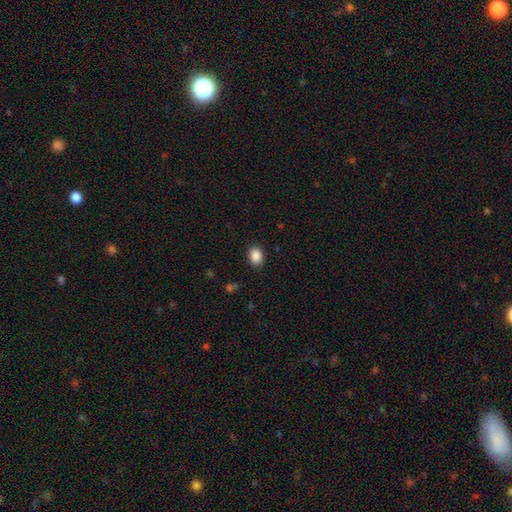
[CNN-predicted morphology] A smooth galaxy with no disk features (89%) that is in between round and cigar-shaped (69%).

Vote fractions:
- Smooth or featured? smooth: 89% / star or artifact: 8% / featured or disk: 3%
- How rounded? in between: 69% / round: 30% / cigar-shaped: 1%
- Merging? none: 88% / minor disturbance: 9% / major disturbance: 2% / merger: 1%